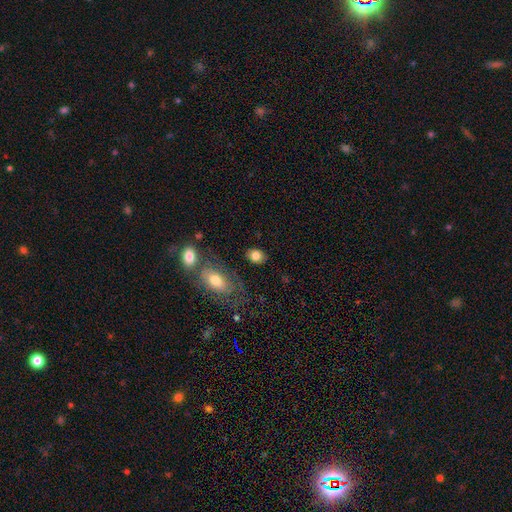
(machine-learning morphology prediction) This is clearly a smooth galaxy (82%). How rounded: likely in between (63%). Merging: clearly none (80%).